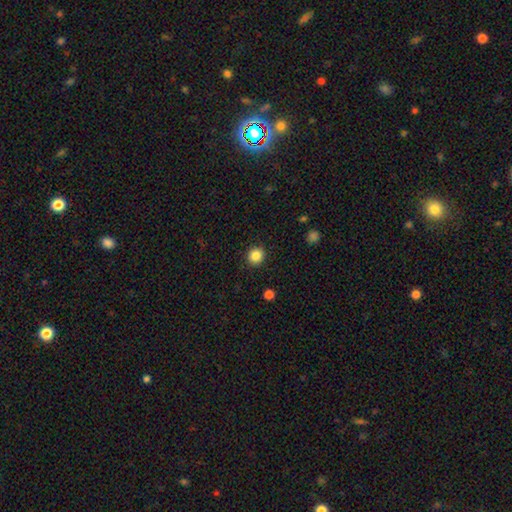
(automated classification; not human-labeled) Smooth or featured: smooth — 85% (star or artifact — 11%)
How rounded: round — 88% (in between — 11%)
Merging: none — 91% (minor disturbance — 6%)